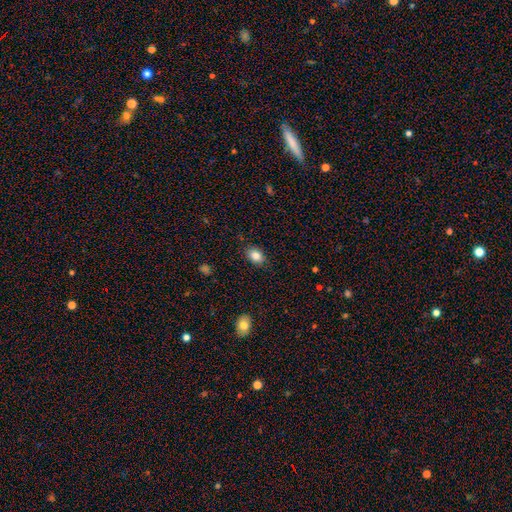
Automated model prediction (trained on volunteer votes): smooth 85%, star or artifact 9%, featured or disk 7%. Down the decision tree: how rounded — in between (77%); merging — none (85%).